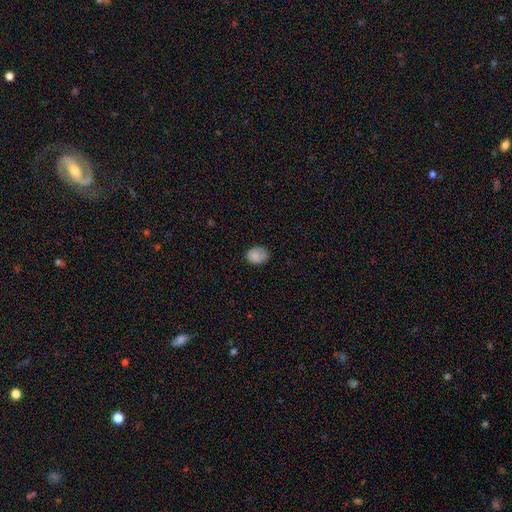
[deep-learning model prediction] Q: Smooth or featured?
A: smooth (84%); runner-up: star or artifact (9%)
Q: How rounded?
A: in between (60%); runner-up: round (39%)
Q: Merging?
A: none (74%); runner-up: minor disturbance (20%)